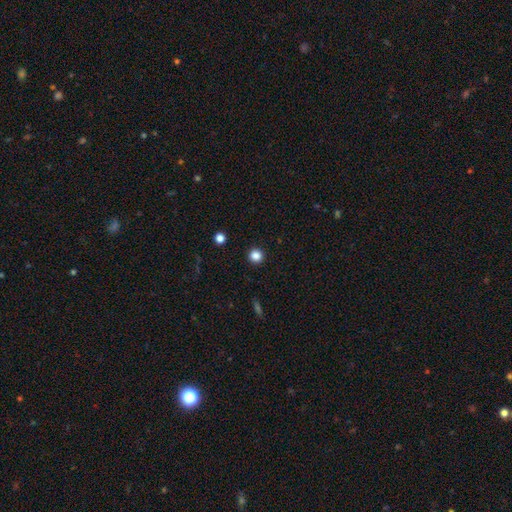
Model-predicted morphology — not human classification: smooth-or-featured: smooth: 84% | star or artifact: 12% | featured or disk: 4%
  how-rounded: round: 94% | in between: 5% | cigar-shaped: 1%
  merging: none: 93% | minor disturbance: 5% | major disturbance: 2% | merger: 1%